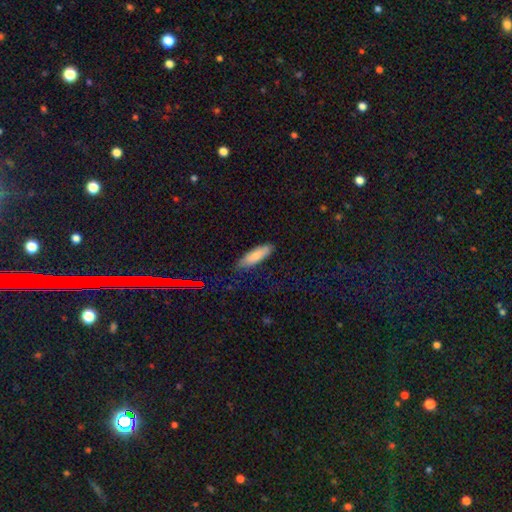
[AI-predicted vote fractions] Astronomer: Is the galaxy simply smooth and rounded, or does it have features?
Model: smooth — 81%.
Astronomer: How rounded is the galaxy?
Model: in between — 51% (runner-up: cigar-shaped, 48%).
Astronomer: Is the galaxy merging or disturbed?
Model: none — 80%.